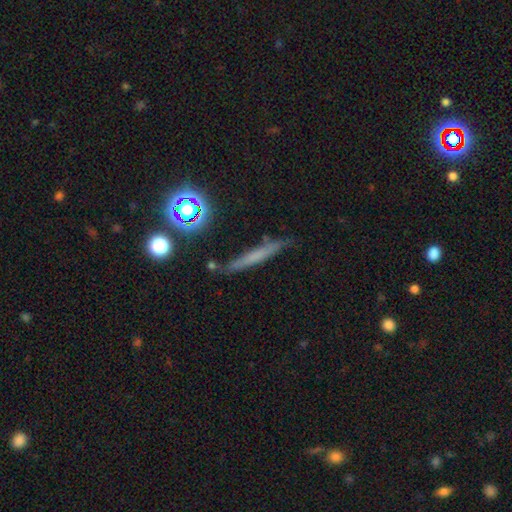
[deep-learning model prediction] Smooth or featured: smooth — 49% (featured or disk — 36%)
Merging: none — 82% (minor disturbance — 13%)